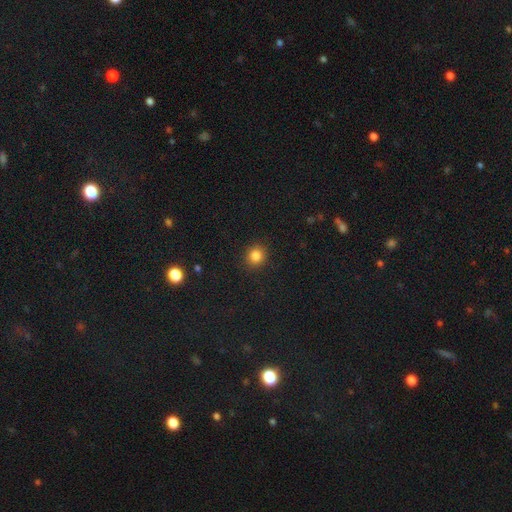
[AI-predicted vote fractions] Smooth or featured? smooth (84%)
How rounded? round (85%)
Merging? none (90%)